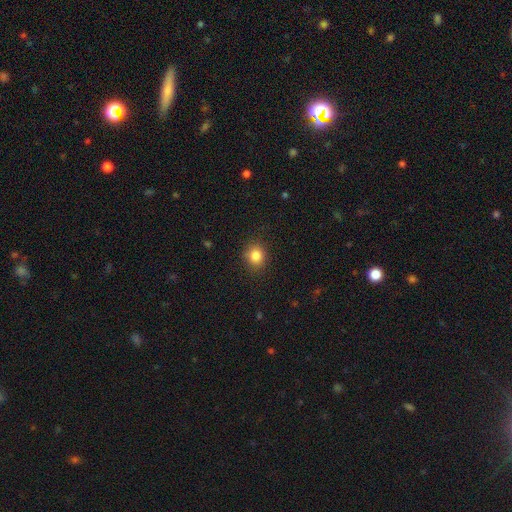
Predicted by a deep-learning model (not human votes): Smooth or featured: smooth — 84% (star or artifact — 11%)
How rounded: round — 78% (in between — 21%)
Merging: none — 88% (minor disturbance — 9%)